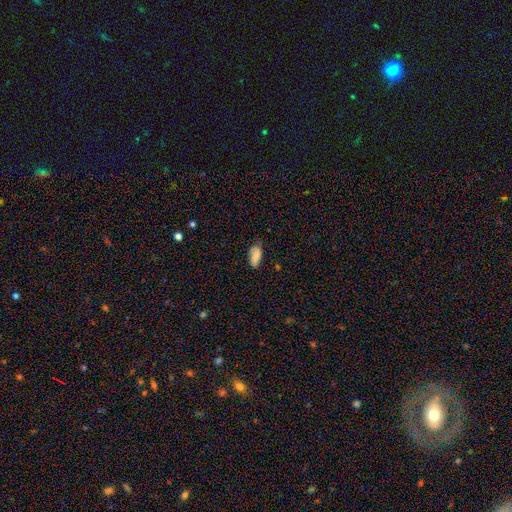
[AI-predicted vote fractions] Morphology: type=smooth (77%); roundness=in between (91%); merging=none (61%).